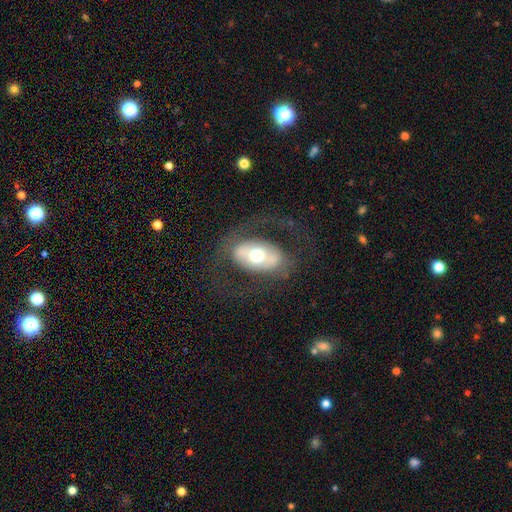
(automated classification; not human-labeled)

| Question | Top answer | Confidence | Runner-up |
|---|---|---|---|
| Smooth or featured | featured or disk | 52% | smooth (41%) |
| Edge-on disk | no | 87% | yes (13%) |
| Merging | none | 70% | major disturbance (15%) |